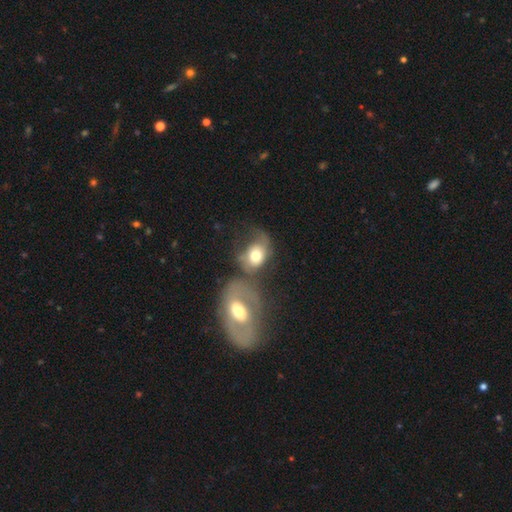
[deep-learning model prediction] smooth 56%, featured or disk 37%, star or artifact 7%. Down the decision tree: how rounded — in between (60%); merging — merger (49%).